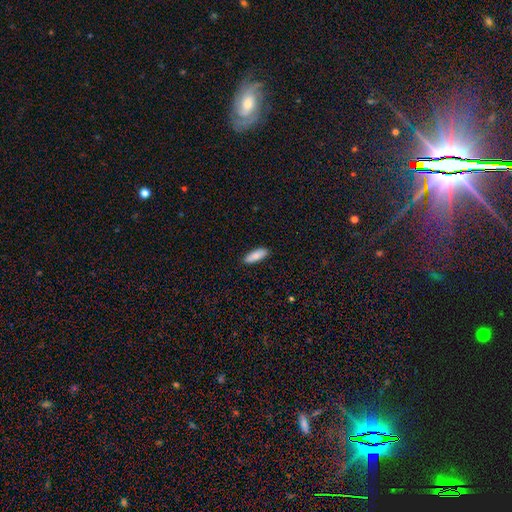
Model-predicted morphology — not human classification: A smooth galaxy with no disk features (86%) that is in between round and cigar-shaped (69%). Merging: none (90%).